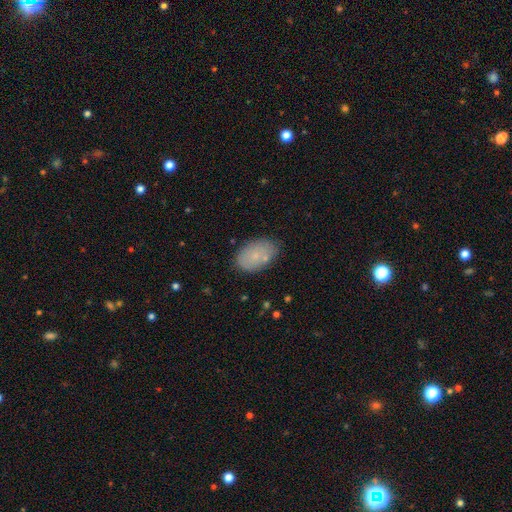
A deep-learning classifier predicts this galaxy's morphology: Q: Smooth or featured?
A: smooth (74%); runner-up: featured or disk (18%)
Q: How rounded?
A: in between (91%); runner-up: round (7%)
Q: Merging?
A: none (75%); runner-up: minor disturbance (16%)